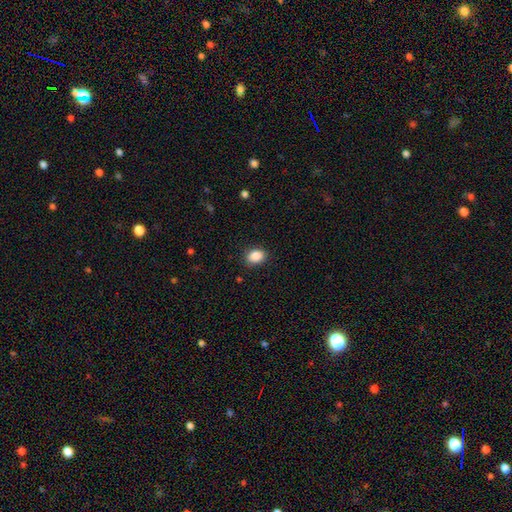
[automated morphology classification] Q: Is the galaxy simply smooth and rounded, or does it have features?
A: smooth — 87%.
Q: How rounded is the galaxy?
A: in between — 69%.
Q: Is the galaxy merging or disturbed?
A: none — 86%.